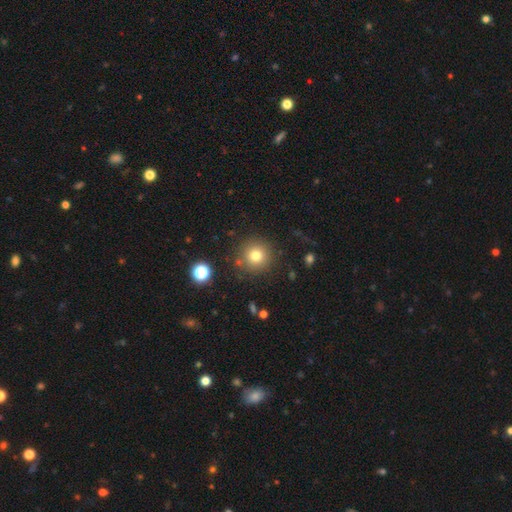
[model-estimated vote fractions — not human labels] A smooth galaxy with no disk features (78%) that is round (95%).

Vote fractions:
- Smooth or featured? smooth: 78% / star or artifact: 13% / featured or disk: 9%
- How rounded? round: 95% / in between: 4% / cigar-shaped: 1%
- Merging? none: 86% / minor disturbance: 8% / major disturbance: 3% / merger: 3%